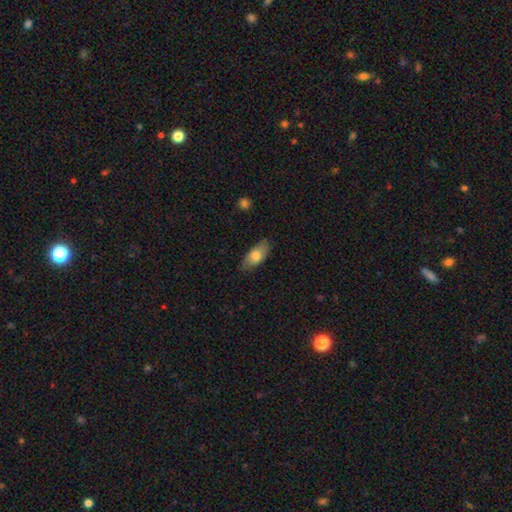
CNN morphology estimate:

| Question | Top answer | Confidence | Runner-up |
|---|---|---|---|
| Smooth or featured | smooth | 75% | featured or disk (19%) |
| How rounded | in between | 88% | cigar-shaped (9%) |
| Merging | none | 81% | minor disturbance (15%) |